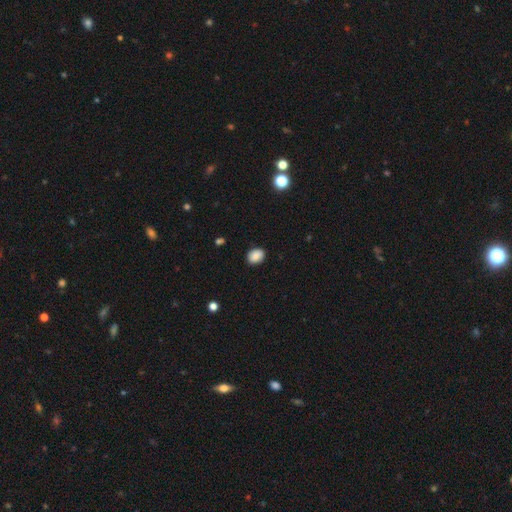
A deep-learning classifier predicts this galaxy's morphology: Smooth or featured?
  - smooth: 87% *
  - star or artifact: 9%
  - featured or disk: 4%
How rounded?
  - in between: 58% *
  - round: 41%
  - cigar-shaped: 1%
Merging?
  - none: 86% *
  - minor disturbance: 11%
  - major disturbance: 2%
  - merger: 1%